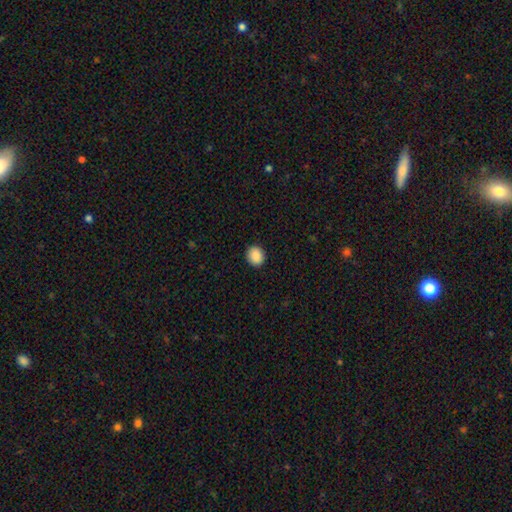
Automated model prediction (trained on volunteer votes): Overall: smooth (88%). How rounded: round (72%). Merging: none (91%).